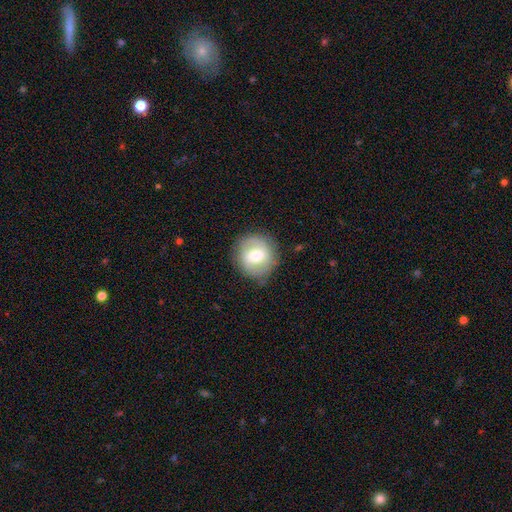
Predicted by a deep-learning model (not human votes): smooth-or-featured: smooth: 54% | featured or disk: 39% | star or artifact: 7%
  how-rounded: round: 89% | in between: 10% | cigar-shaped: 1%
  merging: none: 81% | minor disturbance: 13% | major disturbance: 5% | merger: 1%